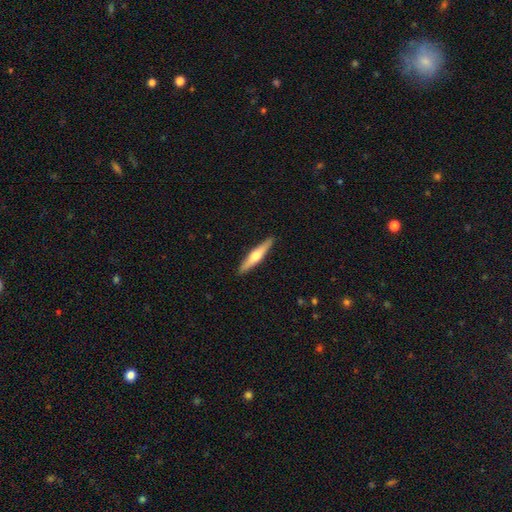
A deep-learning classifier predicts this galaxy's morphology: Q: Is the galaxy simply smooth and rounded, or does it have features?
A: featured or disk — 56%.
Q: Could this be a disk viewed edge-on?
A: yes — 96%.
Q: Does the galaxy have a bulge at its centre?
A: rounded — 91%.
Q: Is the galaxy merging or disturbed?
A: none — 91%.